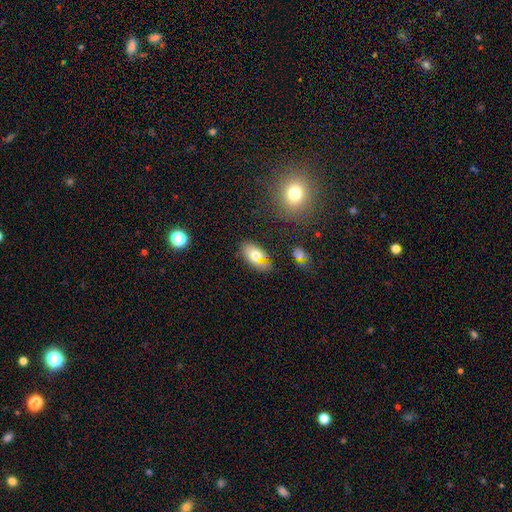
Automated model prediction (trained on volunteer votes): Smooth or featured: smooth — 65% (featured or disk — 23%)
How rounded: in between — 90% (round — 7%)
Merging: none — 60% (minor disturbance — 21%)